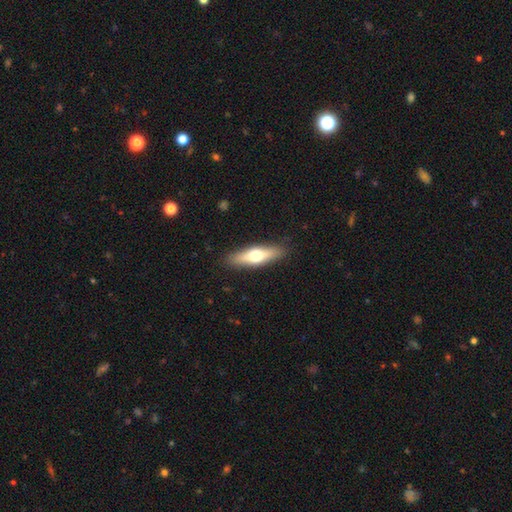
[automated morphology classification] smooth_or_featured: smooth (p=0.52) [alt: featured or disk p=0.42]
how_rounded: cigar-shaped (p=0.63) [alt: in between p=0.35]
merging: none (p=0.88) [alt: minor disturbance p=0.08]